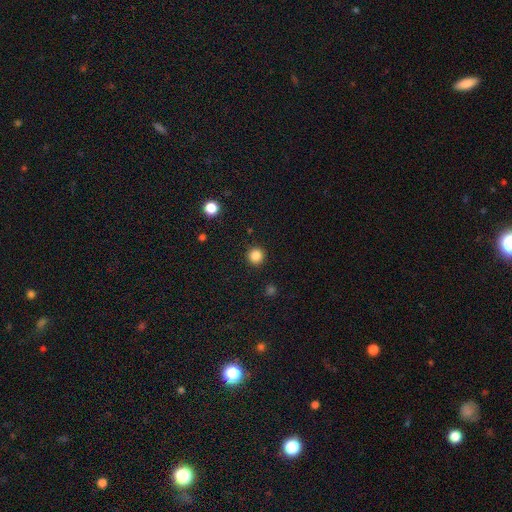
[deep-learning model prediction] Smooth or featured?
  - smooth: 85% *
  - star or artifact: 11%
  - featured or disk: 3%
How rounded?
  - round: 96% *
  - in between: 3%
  - cigar-shaped: 1%
Merging?
  - none: 93% *
  - minor disturbance: 4%
  - major disturbance: 2%
  - merger: 1%